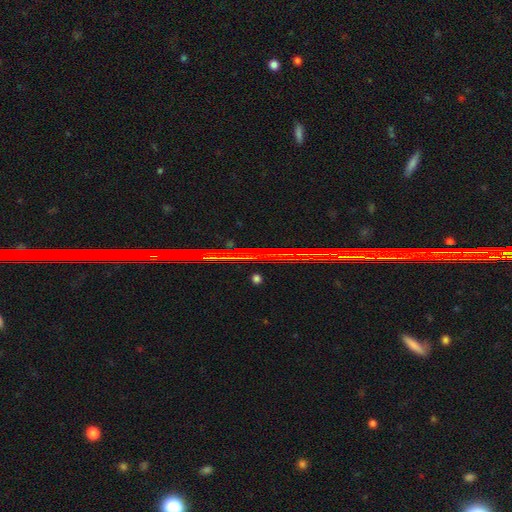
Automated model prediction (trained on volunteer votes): Q: Smooth or featured?
A: star or artifact (82%); runner-up: featured or disk (11%)